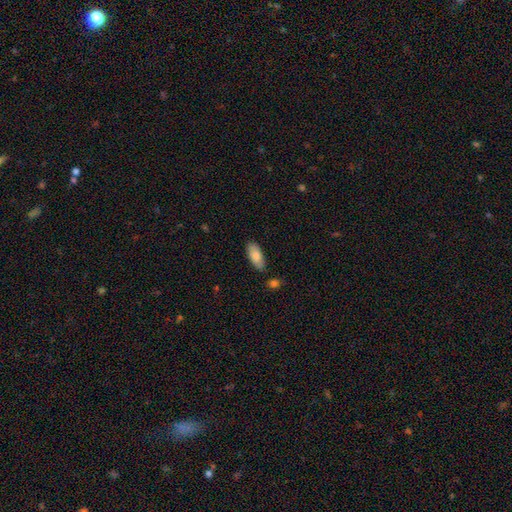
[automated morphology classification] Smooth or featured? smooth (83%)
How rounded? in between (84%)
Merging? none (82%)